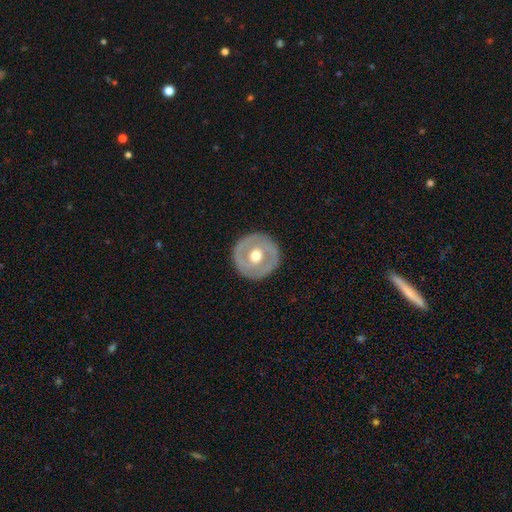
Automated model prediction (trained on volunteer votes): Morphology: type=featured or disk (59%); edge-on=no (95%); bar=no (70%); spiral arms=no (69%); bulge=moderate (78%); merging=none (88%).